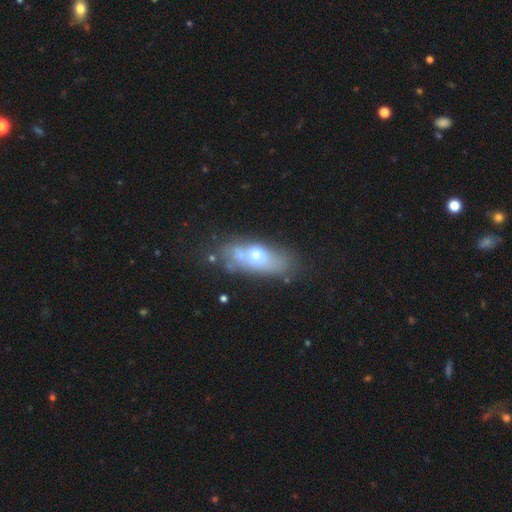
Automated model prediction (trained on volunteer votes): Smooth or featured?
  - smooth: 46% *
  - featured or disk: 44%
  - star or artifact: 10%
Merging?
  - none: 44% *
  - minor disturbance: 24%
  - merger: 18%
  - major disturbance: 15%